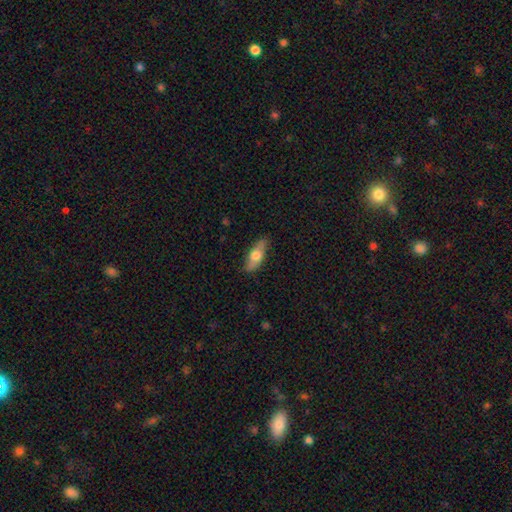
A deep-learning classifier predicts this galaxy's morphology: smooth-or-featured: smooth: 61% | featured or disk: 33% | star or artifact: 6%
  how-rounded: in between: 64% | cigar-shaped: 33% | round: 3%
  merging: none: 82% | minor disturbance: 14% | major disturbance: 3% | merger: 1%